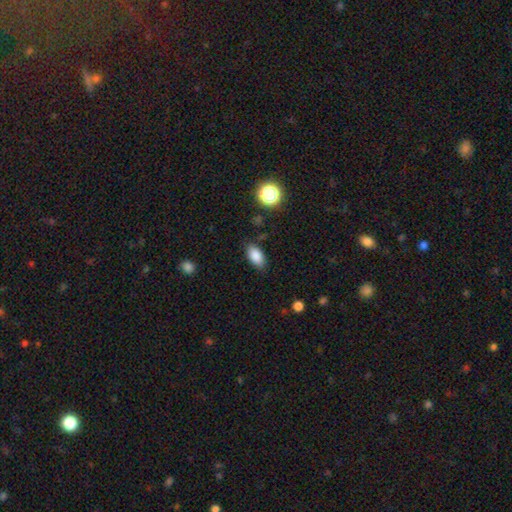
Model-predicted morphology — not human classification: smooth 85%, star or artifact 9%, featured or disk 6%. Down the decision tree: how rounded — in between (90%); merging — none (84%).